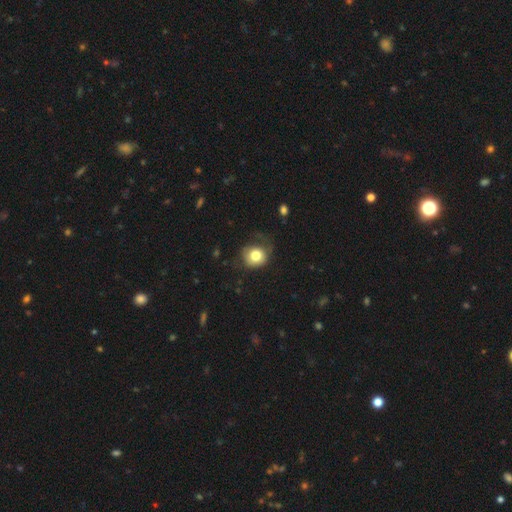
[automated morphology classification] smooth 77%, featured or disk 13%, star or artifact 9%. Down the decision tree: how rounded — round (79%); merging — none (55%).